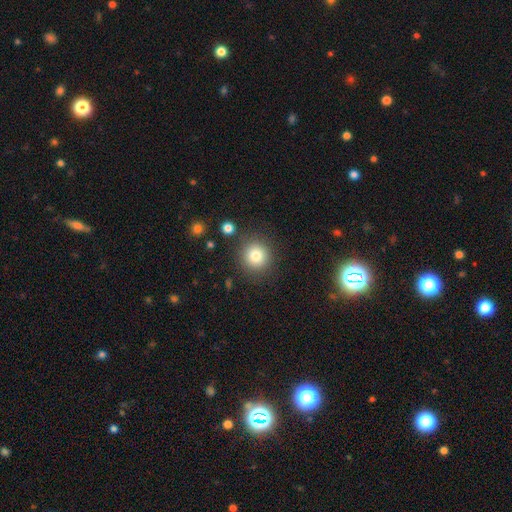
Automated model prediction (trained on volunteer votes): Smooth or featured?
  - smooth: 81% *
  - star or artifact: 11%
  - featured or disk: 8%
How rounded?
  - round: 92% *
  - in between: 7%
  - cigar-shaped: 1%
Merging?
  - none: 86% *
  - minor disturbance: 8%
  - major disturbance: 3%
  - merger: 3%